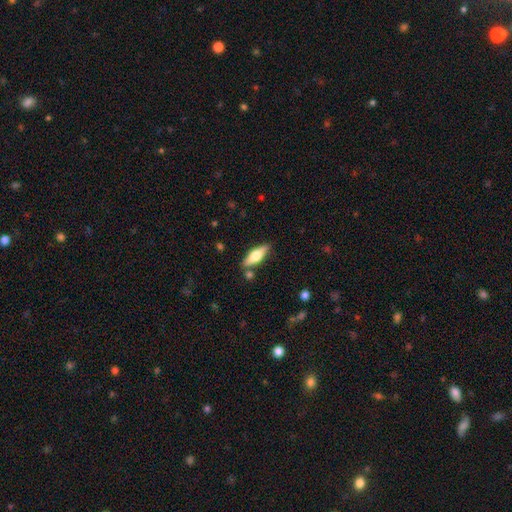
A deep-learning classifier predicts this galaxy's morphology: smooth 52%, featured or disk 42%, star or artifact 6%. Down the decision tree: how rounded — in between (51%); merging — none (83%).